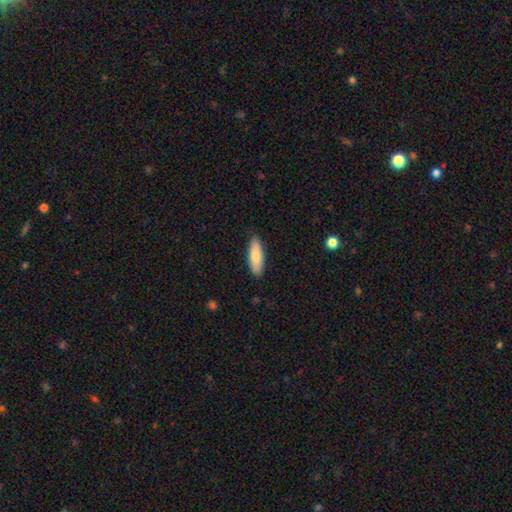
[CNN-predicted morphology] type=smooth (79%); roundness=in between (58%); merging=none (86%).